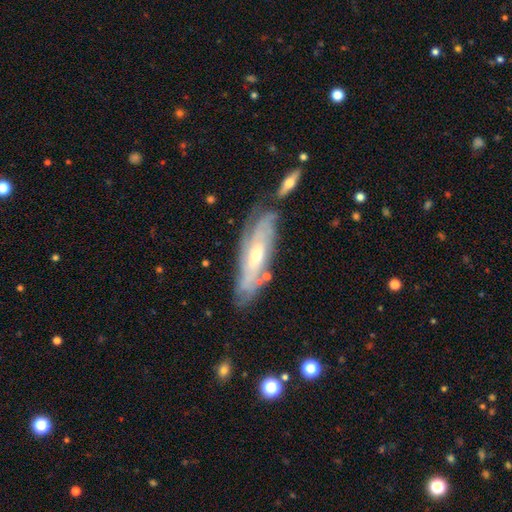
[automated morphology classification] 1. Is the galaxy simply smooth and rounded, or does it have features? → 76% featured or disk, 18% smooth, 6% star or artifact.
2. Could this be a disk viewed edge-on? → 74% no, 26% yes.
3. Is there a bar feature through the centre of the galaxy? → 59% no, 32% weak, 9% strong.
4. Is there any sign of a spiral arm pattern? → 89% yes, 11% no.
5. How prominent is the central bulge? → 54% moderate, 39% small, 4% large, 1% none, 1% dominant.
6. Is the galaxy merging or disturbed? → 71% none, 18% minor disturbance, 6% merger, 5% major disturbance.